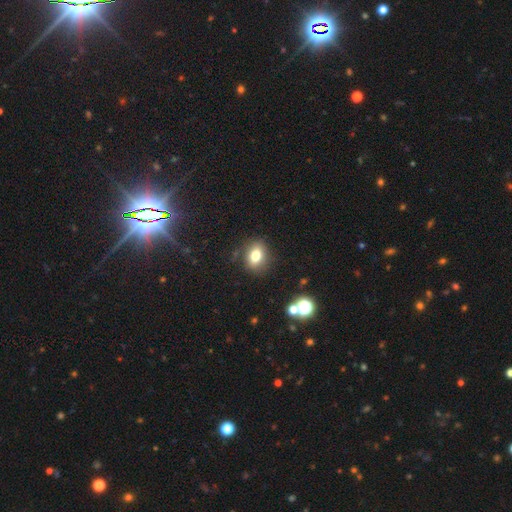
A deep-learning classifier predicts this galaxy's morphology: Overall: smooth (77%). How rounded: in between (60%; round 38%). Merging: none (82%).